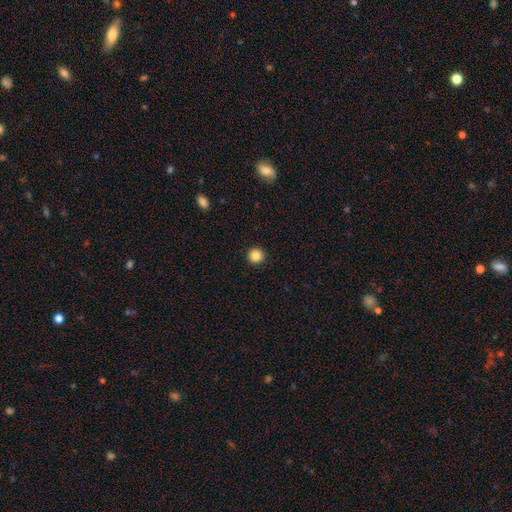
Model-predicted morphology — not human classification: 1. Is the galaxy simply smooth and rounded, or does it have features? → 86% smooth, 10% star or artifact, 3% featured or disk.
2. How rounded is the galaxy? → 94% round, 5% in between, 1% cigar-shaped.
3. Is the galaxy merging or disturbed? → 92% none, 5% minor disturbance, 2% major disturbance, 1% merger.